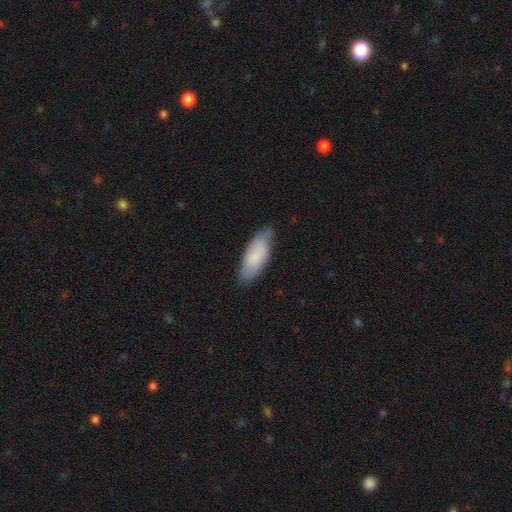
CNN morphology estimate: A smooth galaxy with no disk features (80%) that is in between round and cigar-shaped (75%).

Vote fractions:
- Smooth or featured? smooth: 80% / featured or disk: 14% / star or artifact: 6%
- How rounded? in between: 75% / cigar-shaped: 24% / round: 2%
- Merging? none: 78% / minor disturbance: 18% / major disturbance: 3% / merger: 1%